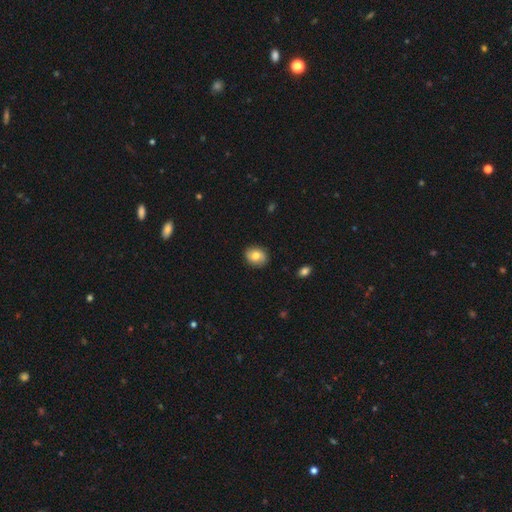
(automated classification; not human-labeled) The model was most divided on "how rounded": in between: 51%, round: 48%, cigar-shaped: 1%. More confident: merging — none (85%); smooth or featured — smooth (73%).